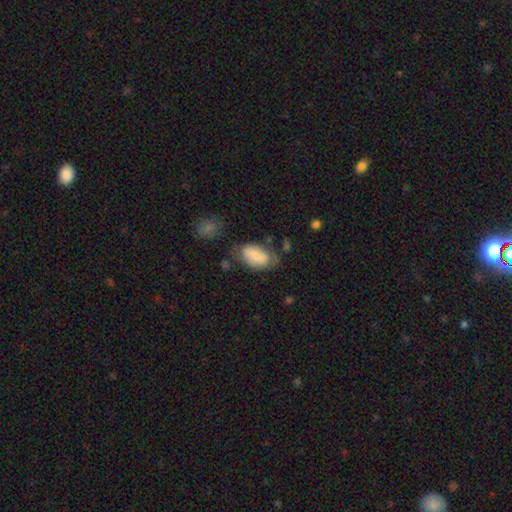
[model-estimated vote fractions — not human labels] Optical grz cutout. It shows a smooth galaxy with no disk features (75%) that is in between round and cigar-shaped (93%). Merging: none (52%).